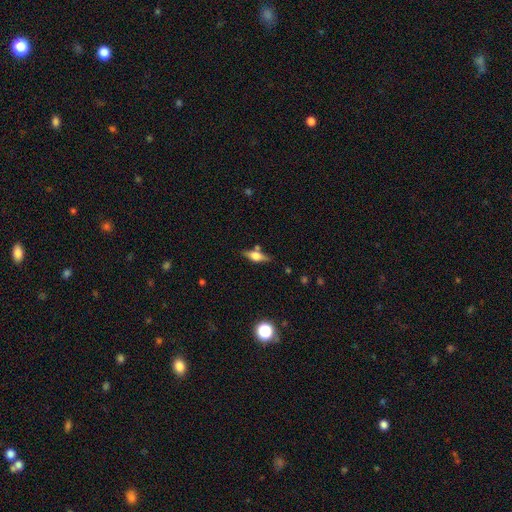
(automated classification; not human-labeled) Smooth or featured?
  - featured or disk: 55% *
  - smooth: 37%
  - star or artifact: 9%
Edge-on disk?
  - yes: 93% *
  - no: 7%
Edge-on bulge?
  - rounded: 88% *
  - boxy: 10%
  - none: 2%
Merging?
  - none: 75% *
  - minor disturbance: 14%
  - merger: 7%
  - major disturbance: 4%